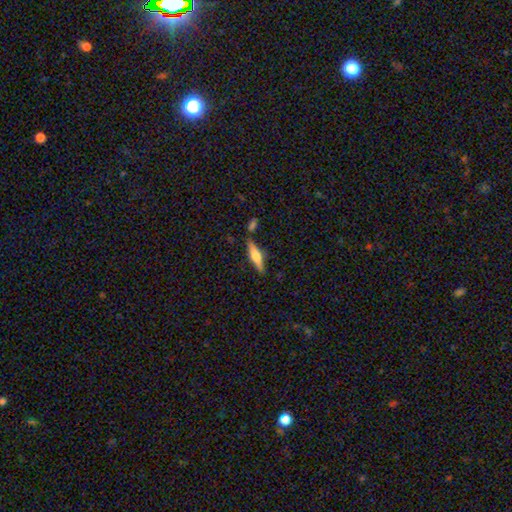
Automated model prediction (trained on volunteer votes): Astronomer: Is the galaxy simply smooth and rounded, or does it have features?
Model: smooth — 53% (runner-up: featured or disk, 41%).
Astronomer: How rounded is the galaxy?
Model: cigar-shaped — 71%.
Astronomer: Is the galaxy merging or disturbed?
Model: none — 76%.